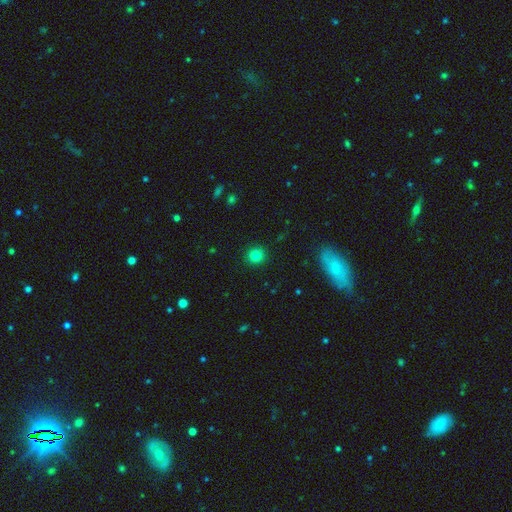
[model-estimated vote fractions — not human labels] smooth 82%, star or artifact 12%, featured or disk 6%. Down the decision tree: how rounded — round (91%); merging — none (91%).